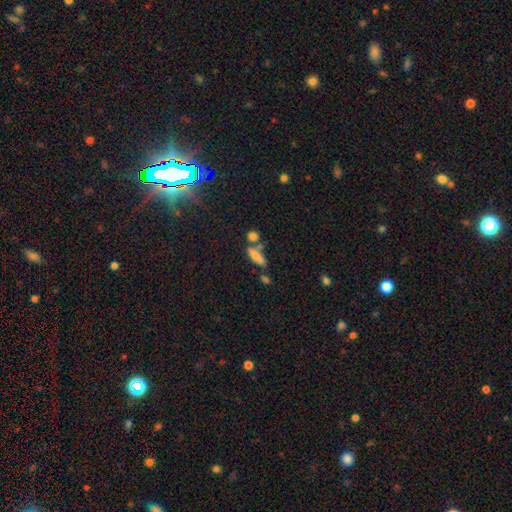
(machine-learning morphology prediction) This appears to be a smooth galaxy with no disk features (71%) that is in between round and cigar-shaped (56%). Merging: none (49%).